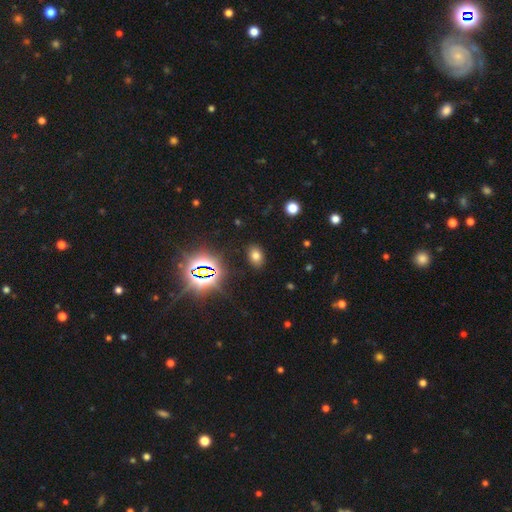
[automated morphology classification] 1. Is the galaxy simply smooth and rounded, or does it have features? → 67% smooth, 24% star or artifact, 8% featured or disk.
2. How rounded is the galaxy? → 79% in between, 20% round, 1% cigar-shaped.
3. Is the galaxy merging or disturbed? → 87% none, 9% minor disturbance, 3% major disturbance, 2% merger.